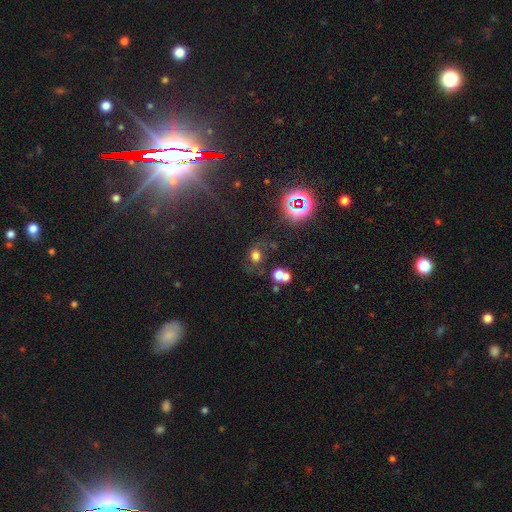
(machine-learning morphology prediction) type=smooth (57%); roundness=round (66%); merging=none (53%).